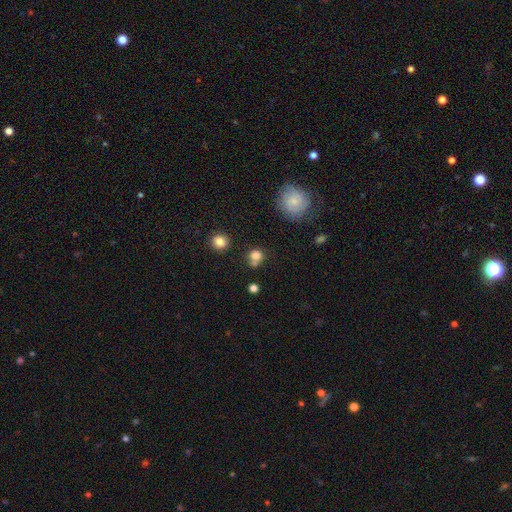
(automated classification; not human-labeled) Morphology: type=smooth (78%); roundness=round (83%); merging=none (54%).